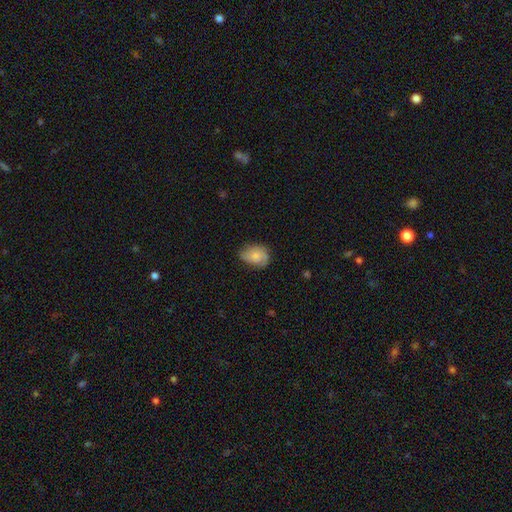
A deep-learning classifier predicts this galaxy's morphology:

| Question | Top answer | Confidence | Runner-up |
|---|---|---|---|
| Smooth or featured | smooth | 63% | featured or disk (30%) |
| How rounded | in between | 72% | round (27%) |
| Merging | none | 57% | minor disturbance (31%) |